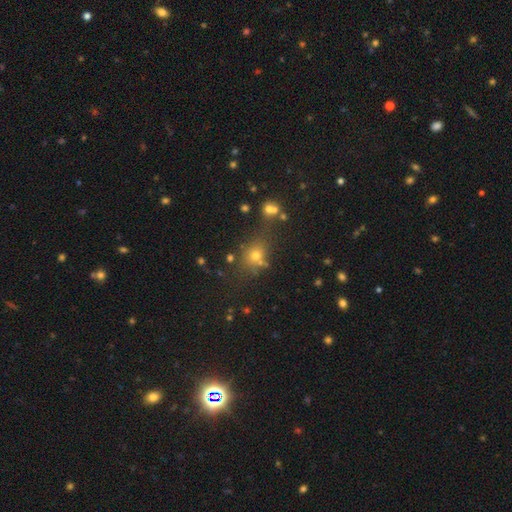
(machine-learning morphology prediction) A smooth galaxy with no disk features (62%) that is round (67%). Merging: none (66%).